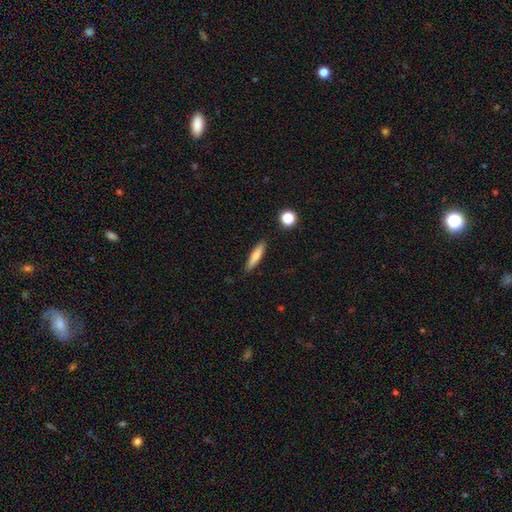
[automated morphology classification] This is likely a smooth galaxy (74%). How rounded: clearly cigar-shaped (82%). Merging: clearly none (88%).